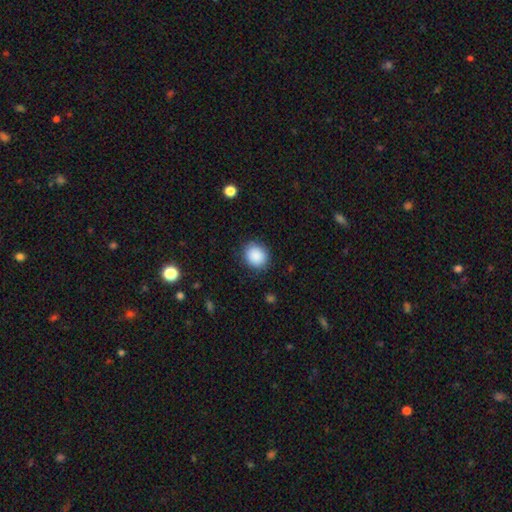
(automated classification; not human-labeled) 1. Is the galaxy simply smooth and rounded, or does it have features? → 89% smooth, 8% star or artifact, 3% featured or disk.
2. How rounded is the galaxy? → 74% round, 25% in between, 1% cigar-shaped.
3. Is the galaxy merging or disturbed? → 87% none, 9% minor disturbance, 3% major disturbance, 1% merger.